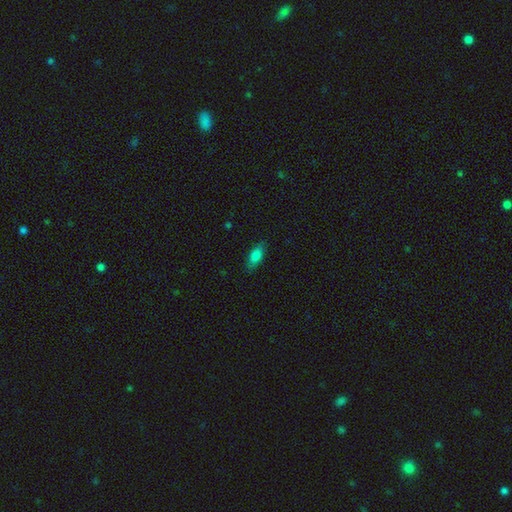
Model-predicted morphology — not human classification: Overall: smooth (78%). How rounded: in between (78%). Merging: none (85%).